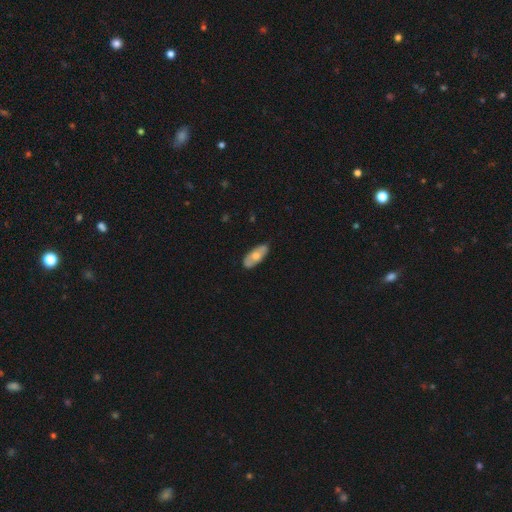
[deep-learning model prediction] Overall: smooth (58%; featured or disk 37%). How rounded: in between (84%). Merging: none (82%).